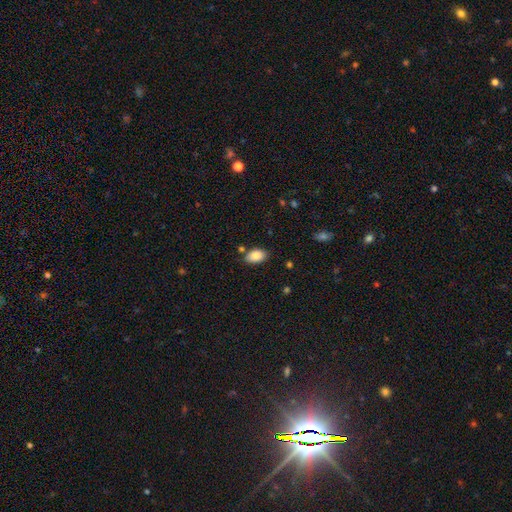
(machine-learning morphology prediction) Smooth or featured: smooth — 87% (star or artifact — 7%)
How rounded: in between — 92% (round — 6%)
Merging: none — 80% (minor disturbance — 13%)